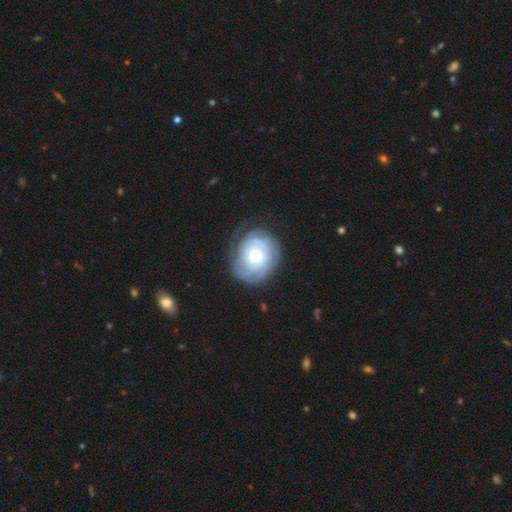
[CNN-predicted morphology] Smooth or featured: featured or disk — 69% (smooth — 25%)
Edge-on disk: no — 97% (yes — 3%)
Bar: no — 79% (weak — 18%)
Spiral arms: yes — 86% (no — 14%)
Spiral winding: tight — 68% (medium — 22%)
Spiral arm count: can't tell — 52% (2 — 16%)
Bulge size: small — 44% (moderate — 42%)
Merging: none — 67% (minor disturbance — 19%)